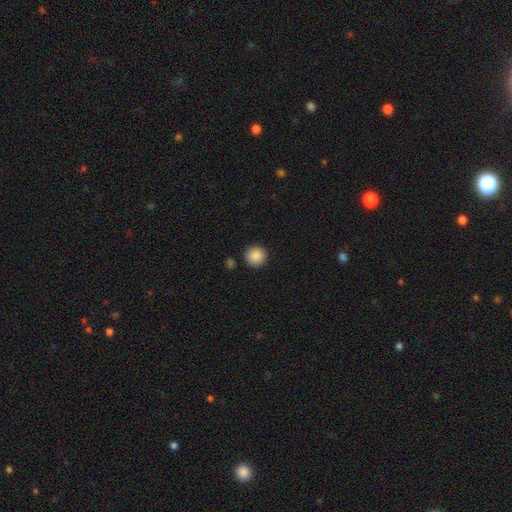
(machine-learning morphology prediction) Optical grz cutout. It shows a smooth galaxy with no disk features (88%) that is round (95%). Merging: none (91%).